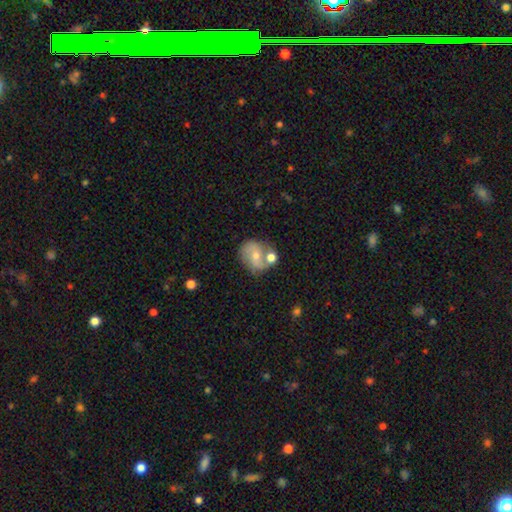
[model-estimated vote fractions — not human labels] Smooth or featured?
  - featured or disk: 55% *
  - smooth: 36%
  - star or artifact: 10%
Edge-on disk?
  - no: 97% *
  - yes: 3%
Bar?
  - no: 53% *
  - weak: 35%
  - strong: 12%
Spiral arms?
  - yes: 78% *
  - no: 22%
Bulge size?
  - small: 51% *
  - moderate: 44%
  - none: 2%
  - large: 2%
  - dominant: 1%
Merging?
  - none: 58% *
  - merger: 20%
  - minor disturbance: 16%
  - major disturbance: 5%